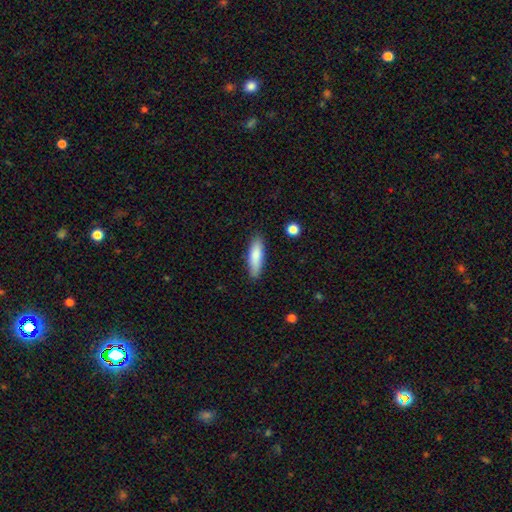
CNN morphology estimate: Smooth or featured?
  - smooth: 82% *
  - featured or disk: 12%
  - star or artifact: 6%
How rounded?
  - cigar-shaped: 55% *
  - in between: 44%
  - round: 2%
Merging?
  - none: 85% *
  - minor disturbance: 11%
  - major disturbance: 2%
  - merger: 2%